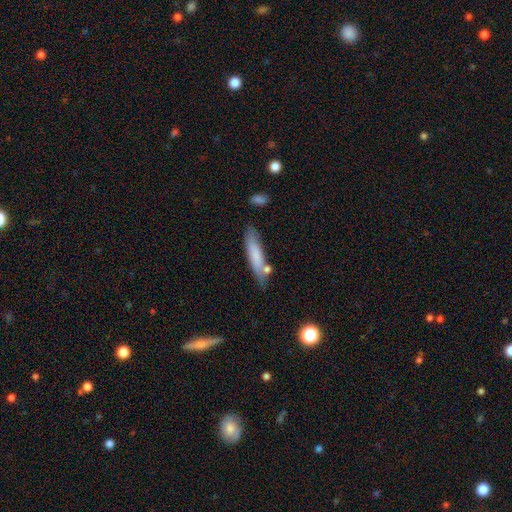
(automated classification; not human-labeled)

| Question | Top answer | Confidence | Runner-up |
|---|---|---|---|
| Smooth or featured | smooth | 72% | featured or disk (21%) |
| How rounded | cigar-shaped | 80% | in between (18%) |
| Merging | none | 69% | minor disturbance (19%) |